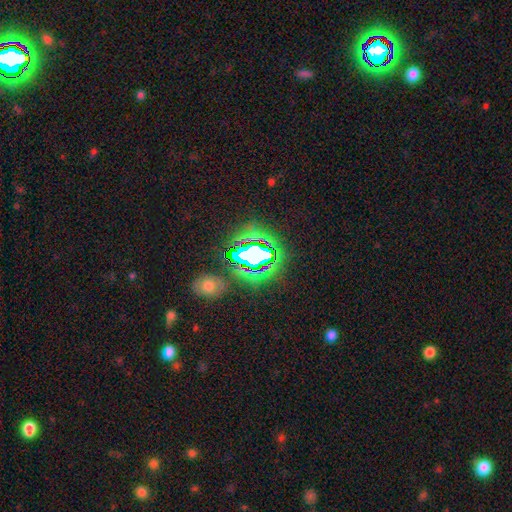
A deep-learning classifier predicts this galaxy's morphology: smooth_or_featured: star or artifact (p=0.77) [alt: smooth p=0.13]